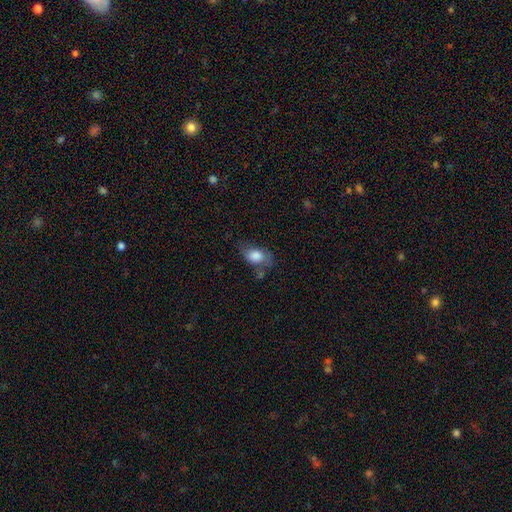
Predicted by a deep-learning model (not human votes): Smooth or featured? smooth (77%)
How rounded? in between (84%)
Merging? none (49%)